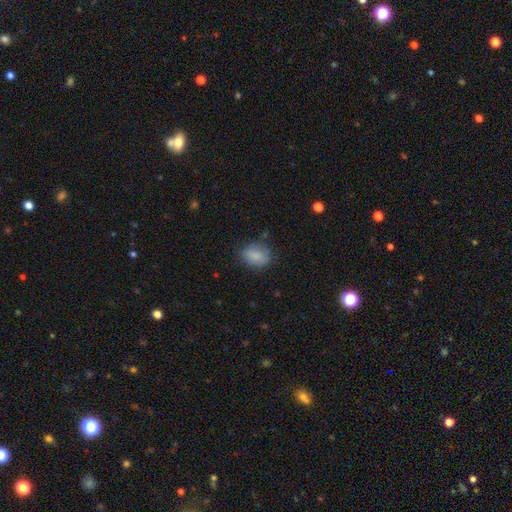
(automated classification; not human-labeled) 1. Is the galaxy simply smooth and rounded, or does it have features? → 85% smooth, 8% star or artifact, 7% featured or disk.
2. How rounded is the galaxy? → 68% in between, 31% round, 2% cigar-shaped.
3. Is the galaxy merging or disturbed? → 77% none, 17% minor disturbance, 5% major disturbance, 2% merger.